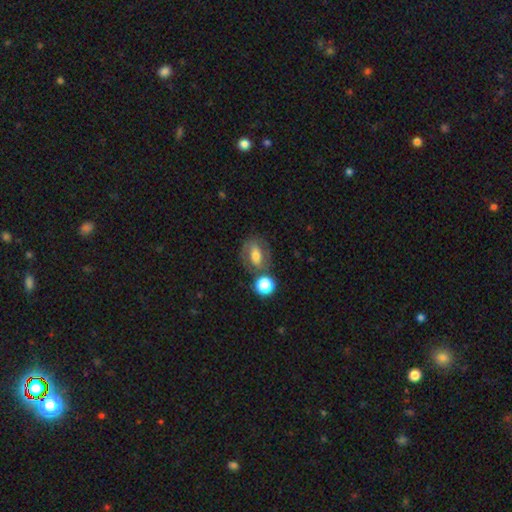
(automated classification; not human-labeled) Smooth or featured: smooth — 48% (featured or disk — 41%)
Merging: none — 63% (minor disturbance — 16%)